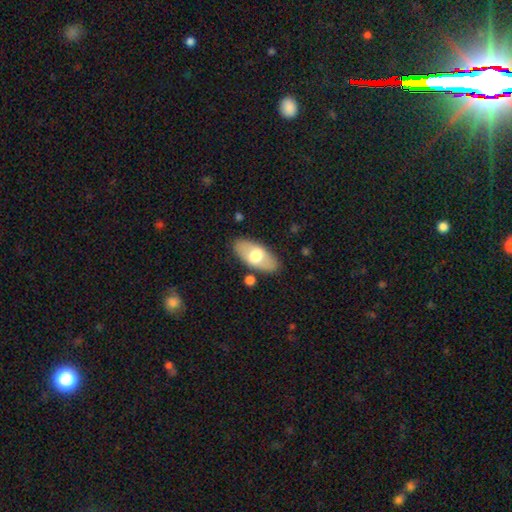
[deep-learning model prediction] Morphology: type=smooth (63%); roundness=in between (91%); merging=none (84%).